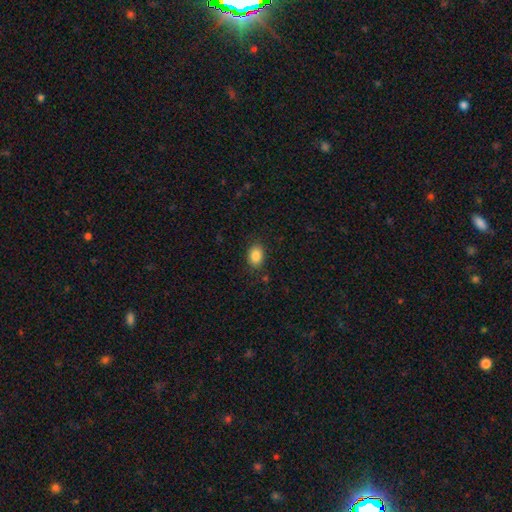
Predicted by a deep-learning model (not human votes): Smooth or featured: smooth — 87% (star or artifact — 9%)
How rounded: in between — 75% (round — 24%)
Merging: none — 86% (minor disturbance — 10%)